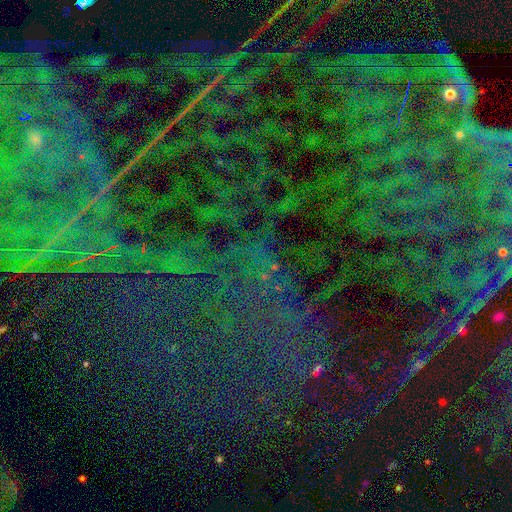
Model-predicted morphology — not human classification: smooth_or_featured: star or artifact (p=0.84) [alt: featured or disk p=0.08]